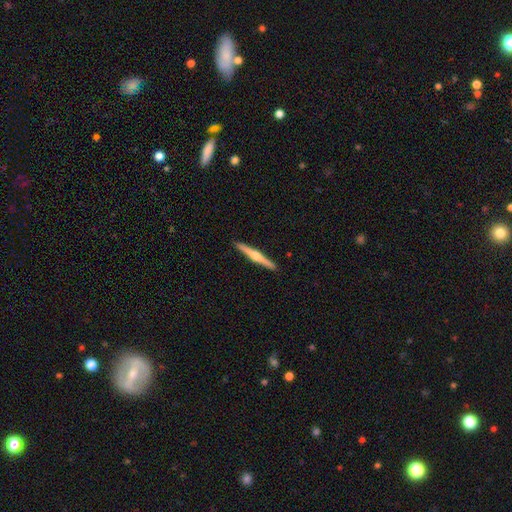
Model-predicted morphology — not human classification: Smooth or featured? Predicted: featured or disk (p=0.72). Edge-on disk? Predicted: yes (p=0.99). Edge-on bulge? Predicted: rounded (p=0.89). Merging? Predicted: none (p=0.92).